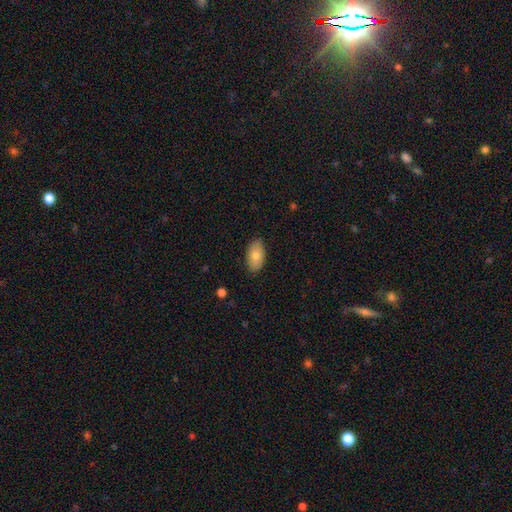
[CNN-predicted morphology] A smooth galaxy with no disk features (79%) that is in between round and cigar-shaped (94%). Merging: none (86%).